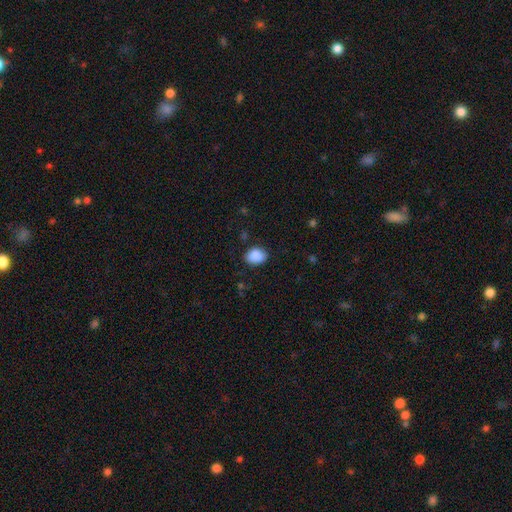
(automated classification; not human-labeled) smooth 89%, star or artifact 8%, featured or disk 4%. Down the decision tree: how rounded — in between (66%); merging — none (80%).